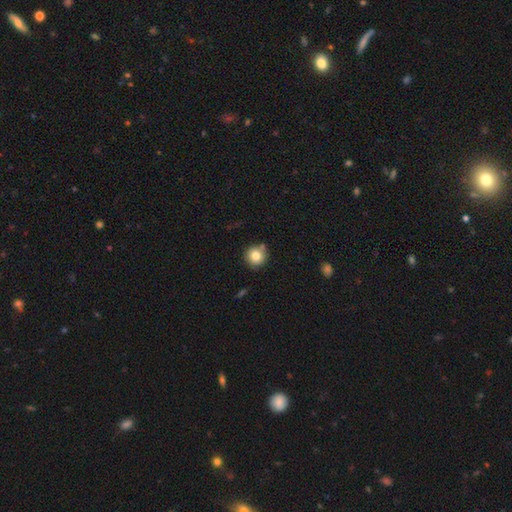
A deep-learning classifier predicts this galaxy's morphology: Q: Smooth or featured?
A: smooth (80%); runner-up: star or artifact (10%)
Q: How rounded?
A: round (93%); runner-up: in between (6%)
Q: Merging?
A: none (77%); runner-up: minor disturbance (12%)